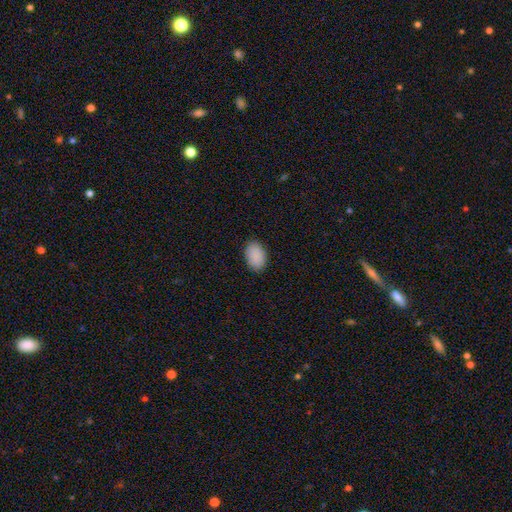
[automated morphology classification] type=smooth (90%); roundness=in between (87%); merging=none (87%).